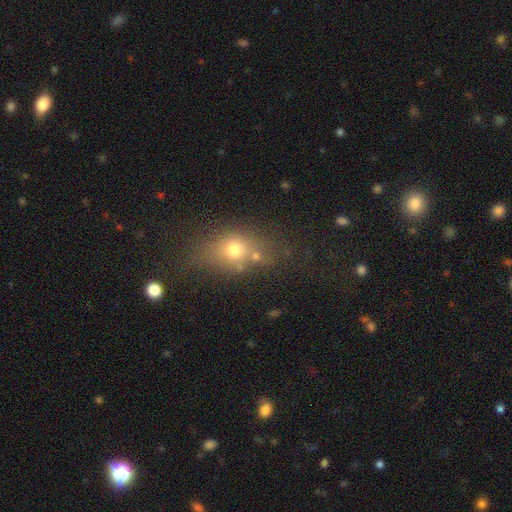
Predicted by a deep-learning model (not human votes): smooth 66%, star or artifact 19%, featured or disk 15%. Down the decision tree: how rounded — round (53%); merging — none (52%).